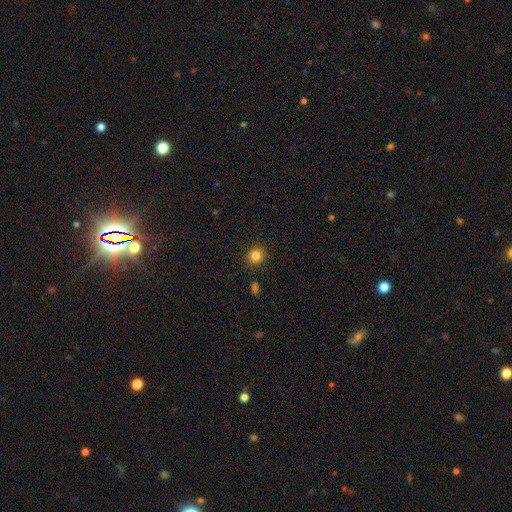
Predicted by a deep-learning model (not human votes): smooth_or_featured: smooth (p=0.83) [alt: star or artifact p=0.12]
how_rounded: round (p=0.82) [alt: in between p=0.17]
merging: none (p=0.89) [alt: minor disturbance p=0.07]